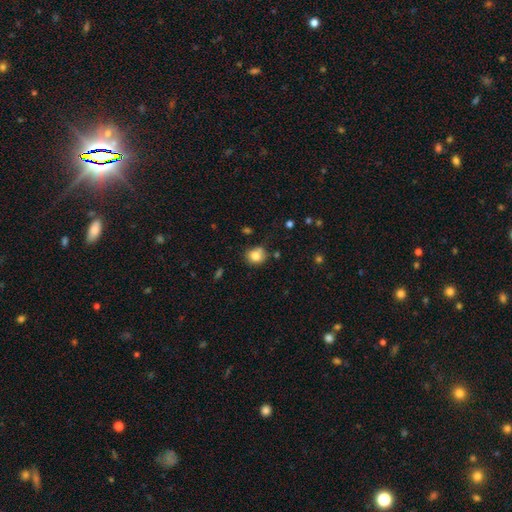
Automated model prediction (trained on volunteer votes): smooth_or_featured: smooth (p=0.80) [alt: star or artifact p=0.10]
how_rounded: round (p=0.75) [alt: in between p=0.24]
merging: none (p=0.68) [alt: minor disturbance p=0.19]